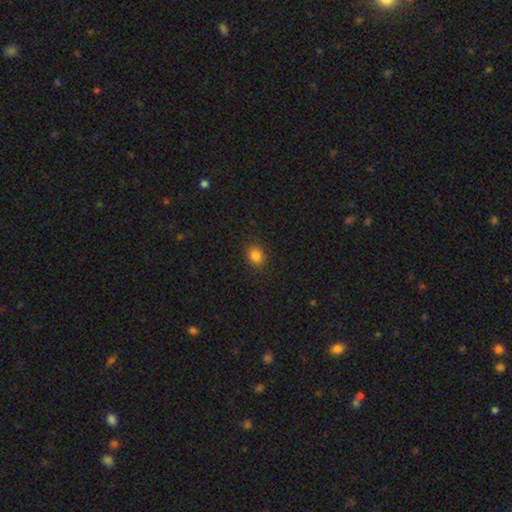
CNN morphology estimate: This is clearly a smooth galaxy (84%). How rounded: likely round (65%). Merging: clearly none (88%).